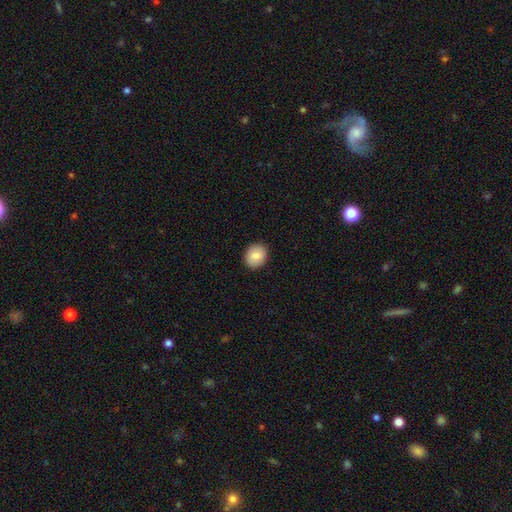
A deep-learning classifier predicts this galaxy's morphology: Q: Smooth or featured?
A: smooth (85%); runner-up: star or artifact (8%)
Q: How rounded?
A: round (59%); runner-up: in between (40%)
Q: Merging?
A: none (91%); runner-up: minor disturbance (7%)